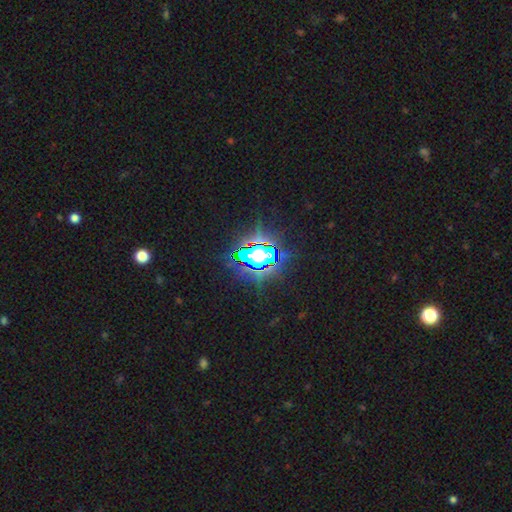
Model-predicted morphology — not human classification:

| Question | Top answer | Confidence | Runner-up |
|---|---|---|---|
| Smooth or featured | star or artifact | 84% | smooth (10%) |